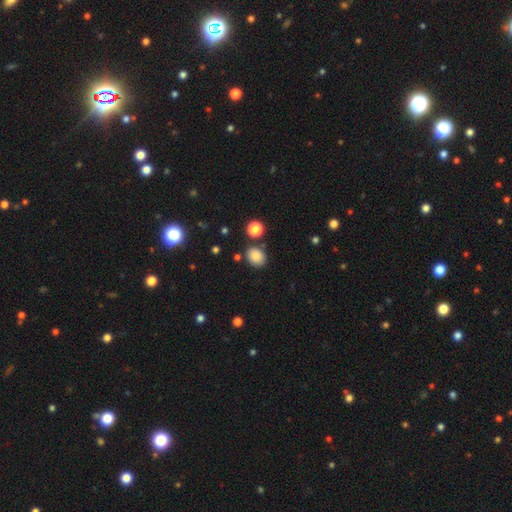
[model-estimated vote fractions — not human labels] smooth_or_featured: smooth (p=0.85) [alt: star or artifact p=0.11]
how_rounded: in between (p=0.50) [alt: round p=0.49]
merging: none (p=0.77) [alt: minor disturbance p=0.12]